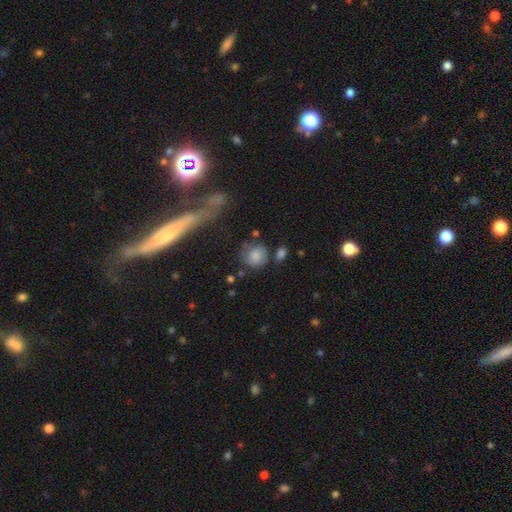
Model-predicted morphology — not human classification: A smooth galaxy with no disk features (72%) that is round (80%). Merging: none (59%).